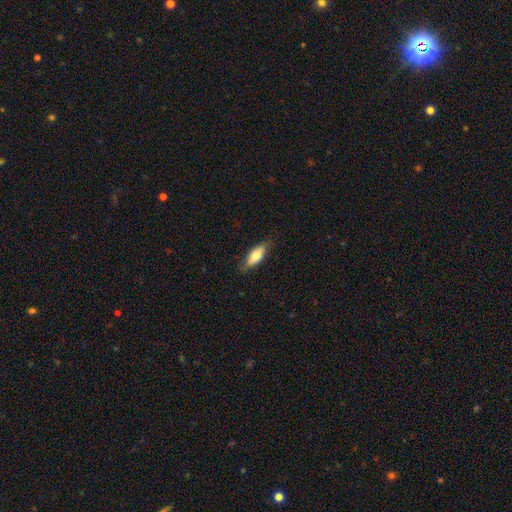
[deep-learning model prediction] The model was most divided on "smooth or featured": smooth: 70%, featured or disk: 24%, star or artifact: 6%. More confident: merging — none (78%); how rounded — in between (74%).